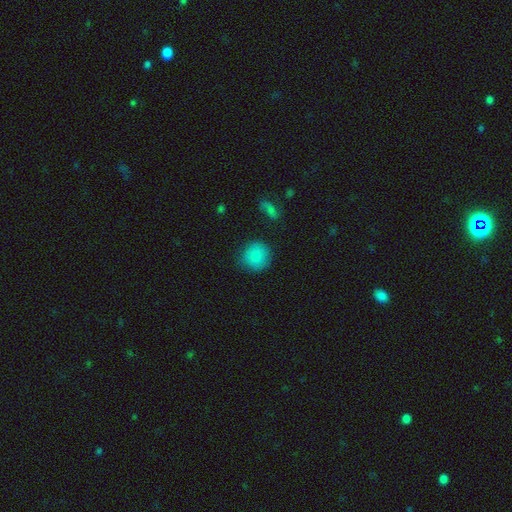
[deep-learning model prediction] Smooth or featured? smooth (86%)
How rounded? round (89%)
Merging? none (80%)